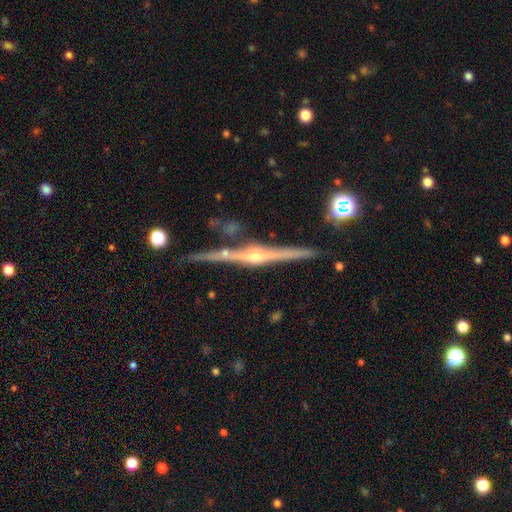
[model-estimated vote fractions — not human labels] Smooth or featured?
  - featured or disk: 87% *
  - smooth: 7%
  - star or artifact: 6%
Edge-on disk?
  - yes: 98% *
  - no: 2%
Edge-on bulge?
  - rounded: 90% *
  - none: 5%
  - boxy: 5%
Merging?
  - none: 83% *
  - minor disturbance: 9%
  - merger: 6%
  - major disturbance: 2%